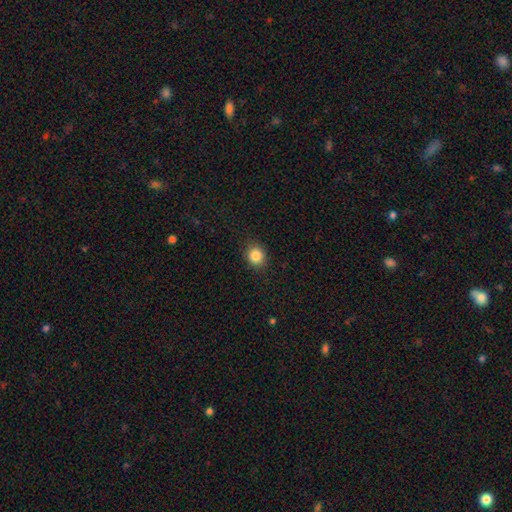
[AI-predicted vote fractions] This appears to be a smooth galaxy with no disk features (85%) that is round (78%). Merging: none (88%).